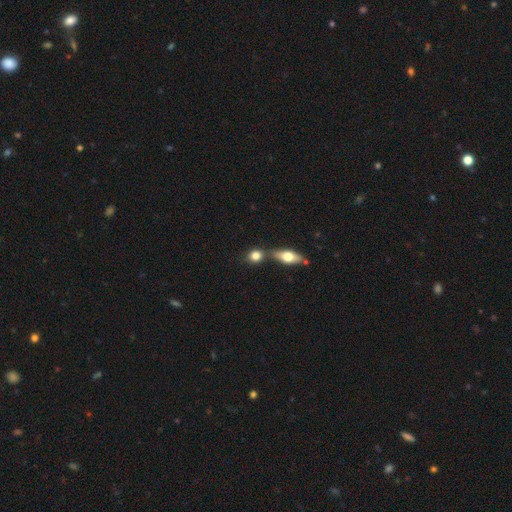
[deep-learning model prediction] Smooth or featured? Predicted: smooth (p=0.79). How rounded? Predicted: round (p=0.62). Merging? Predicted: none (p=0.51).